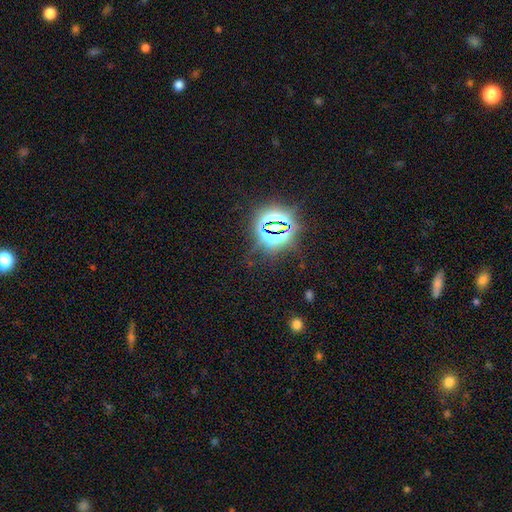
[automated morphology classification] Overall: star or artifact (81%).